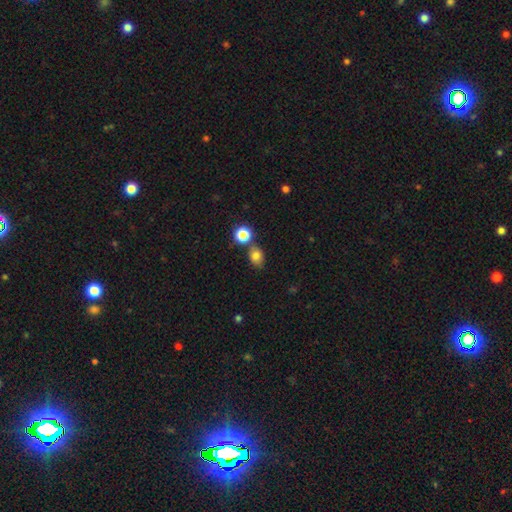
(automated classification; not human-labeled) This appears to be a smooth galaxy with no disk features (77%) that is in between round and cigar-shaped (60%). Merging: none (67%).